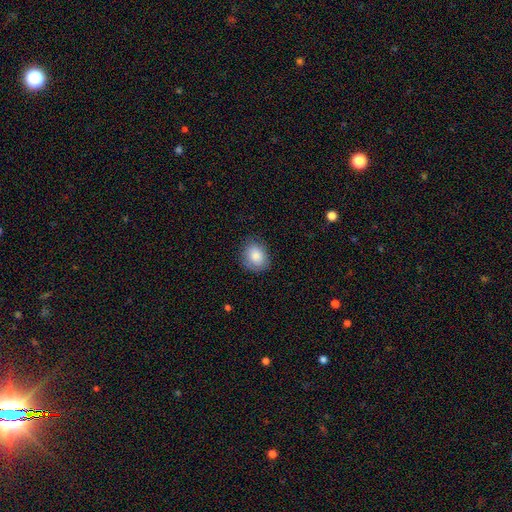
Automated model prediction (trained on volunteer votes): Smooth or featured?
  - smooth: 84% *
  - featured or disk: 8%
  - star or artifact: 8%
How rounded?
  - in between: 50% *
  - round: 49%
  - cigar-shaped: 1%
Merging?
  - none: 79% *
  - minor disturbance: 16%
  - major disturbance: 4%
  - merger: 1%